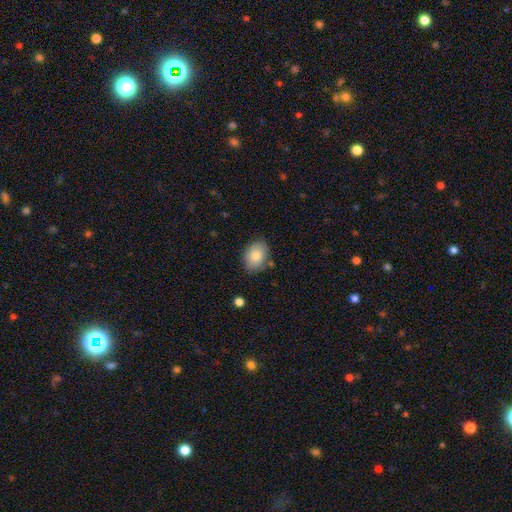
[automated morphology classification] Q: Smooth or featured?
A: smooth (81%); runner-up: featured or disk (11%)
Q: How rounded?
A: in between (78%); runner-up: round (21%)
Q: Merging?
A: none (81%); runner-up: minor disturbance (14%)